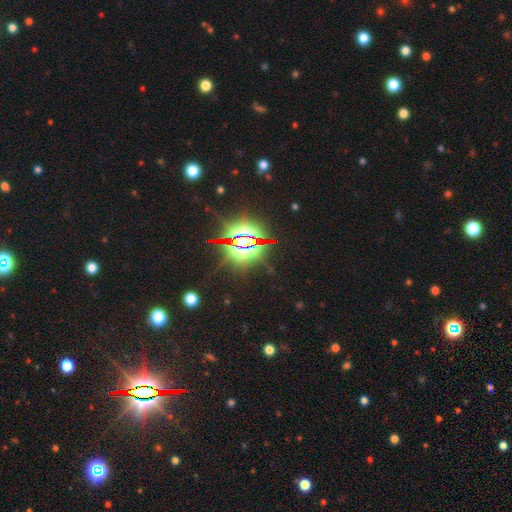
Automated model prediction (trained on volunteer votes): A star or artifact, not a galaxy (86%).